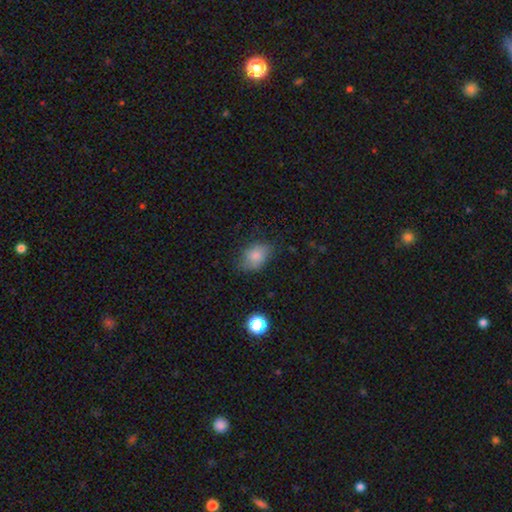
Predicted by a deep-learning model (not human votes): The model was most divided on "merging": none: 67%, minor disturbance: 25%, major disturbance: 7%, merger: 2%. More confident: smooth or featured — smooth (80%); how rounded — in between (75%).